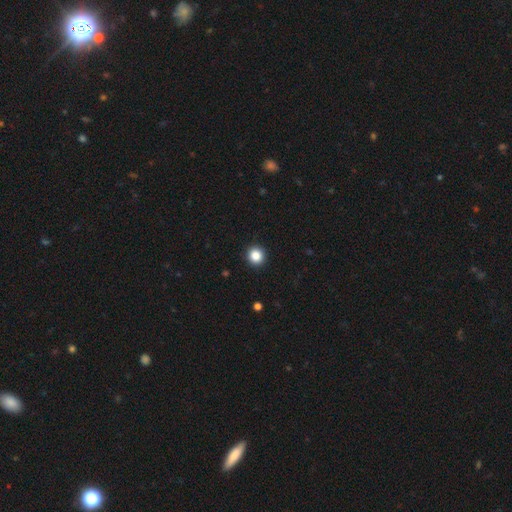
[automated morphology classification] type=smooth (86%); roundness=round (93%); merging=none (93%).